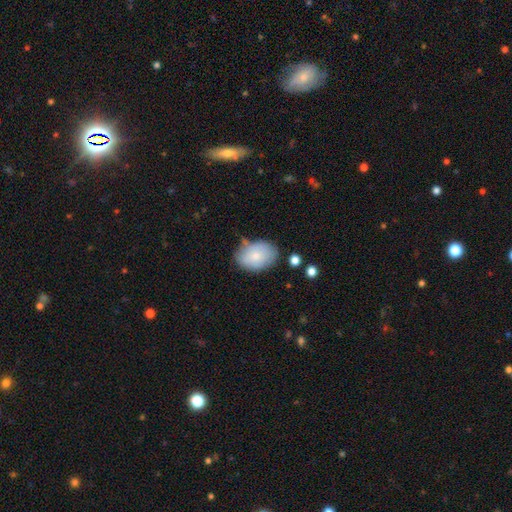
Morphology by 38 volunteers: smooth_or_featured: smooth (p=0.76) [alt: featured or disk p=0.18]
how_rounded: in between (p=0.93) [alt: round p=0.07]
merging: none (p=0.78) [alt: minor disturbance p=0.14]